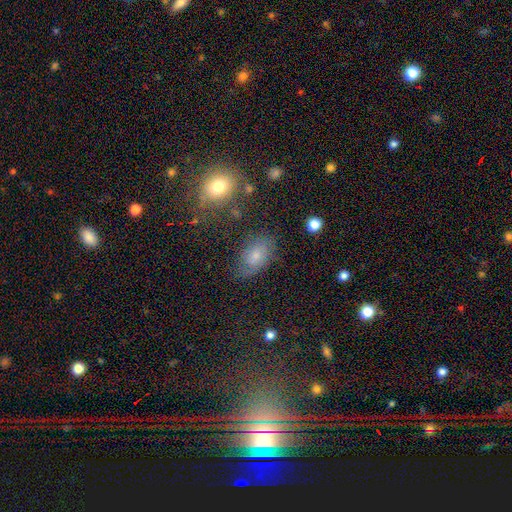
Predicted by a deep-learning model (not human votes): This appears to be a smooth galaxy with no disk features (56%) that is in between round and cigar-shaped (88%). Merging: none (66%).